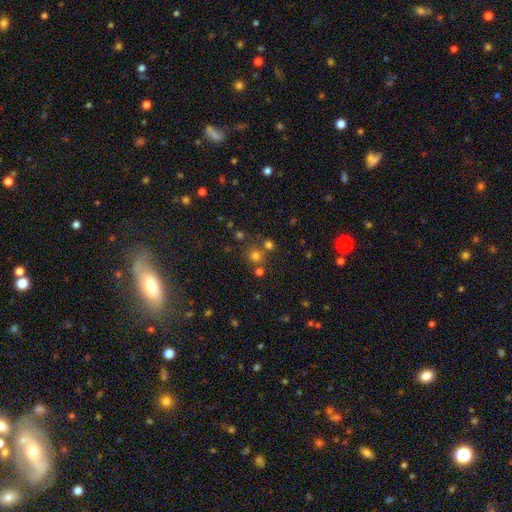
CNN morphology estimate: Overall: smooth (68%). How rounded: round (86%). Merging: none (69%).